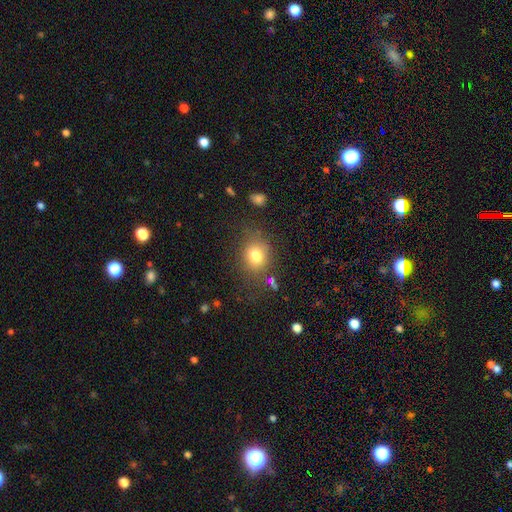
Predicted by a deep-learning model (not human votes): Smooth or featured? Predicted: smooth (p=0.78). How rounded? Predicted: round (p=0.64). Merging? Predicted: none (p=0.76).